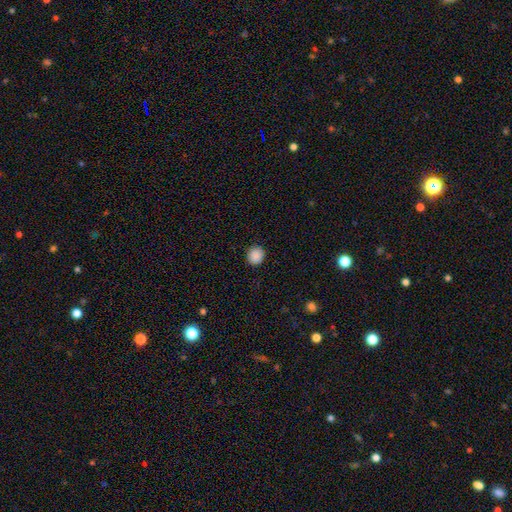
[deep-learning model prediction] smooth 89%, star or artifact 9%, featured or disk 2%. Down the decision tree: how rounded — round (89%); merging — none (91%).